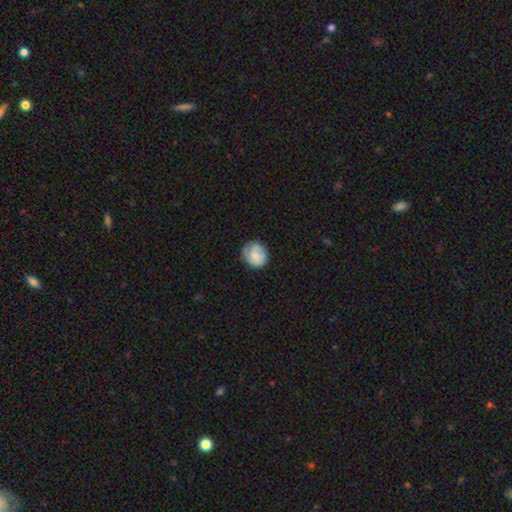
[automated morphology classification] smooth-or-featured: smooth: 63% | featured or disk: 30% | star or artifact: 7%
  how-rounded: round: 80% | in between: 19% | cigar-shaped: 1%
  merging: none: 74% | minor disturbance: 19% | major disturbance: 5% | merger: 1%